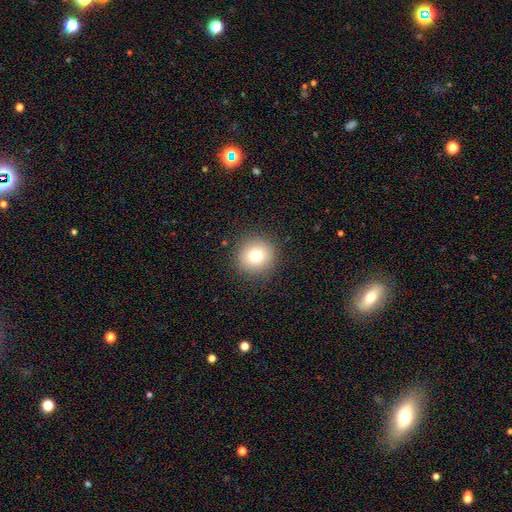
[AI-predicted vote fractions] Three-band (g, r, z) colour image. It shows a smooth galaxy with no disk features (77%) that is round (94%). Merging: none (90%).